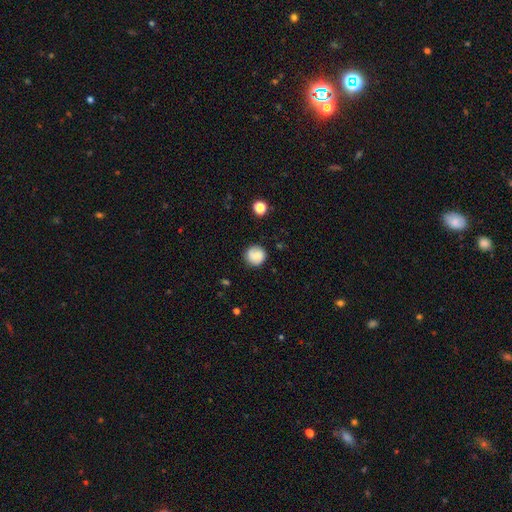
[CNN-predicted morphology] smooth-or-featured: smooth: 82% | featured or disk: 9% | star or artifact: 9%
  how-rounded: round: 92% | in between: 7% | cigar-shaped: 1%
  merging: none: 84% | minor disturbance: 12% | major disturbance: 3% | merger: 2%